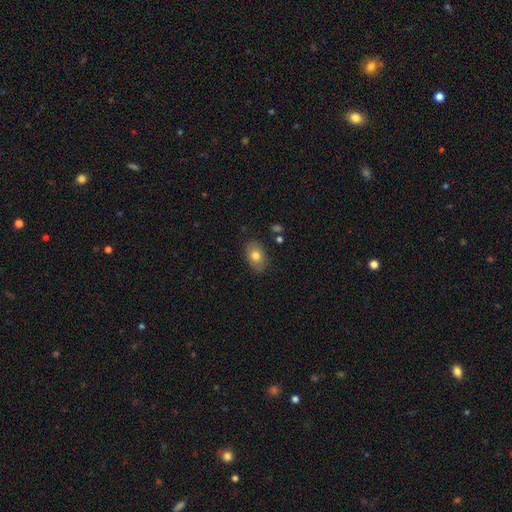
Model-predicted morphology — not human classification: Smooth or featured? smooth (77%)
How rounded? in between (82%)
Merging? none (84%)